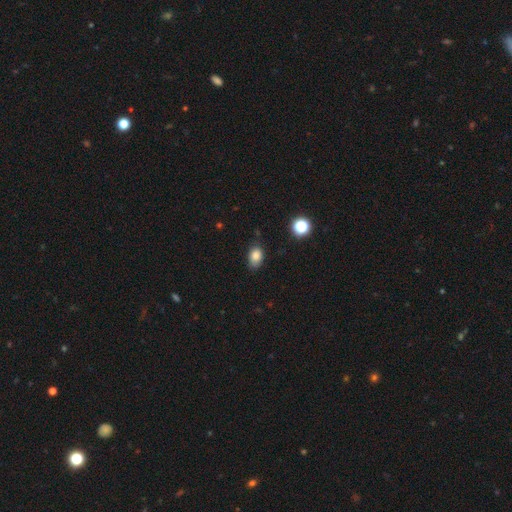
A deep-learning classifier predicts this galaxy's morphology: Q: Smooth or featured?
A: smooth (83%); runner-up: star or artifact (11%)
Q: How rounded?
A: in between (81%); runner-up: round (18%)
Q: Merging?
A: none (74%); runner-up: minor disturbance (20%)